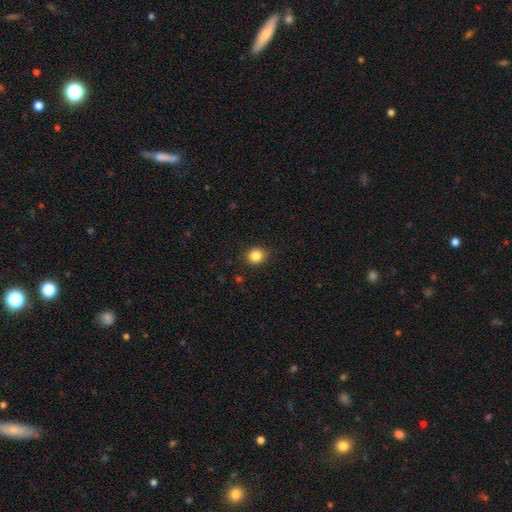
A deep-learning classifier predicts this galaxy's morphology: smooth 85%, star or artifact 11%, featured or disk 5%. Down the decision tree: how rounded — round (82%); merging — none (89%).